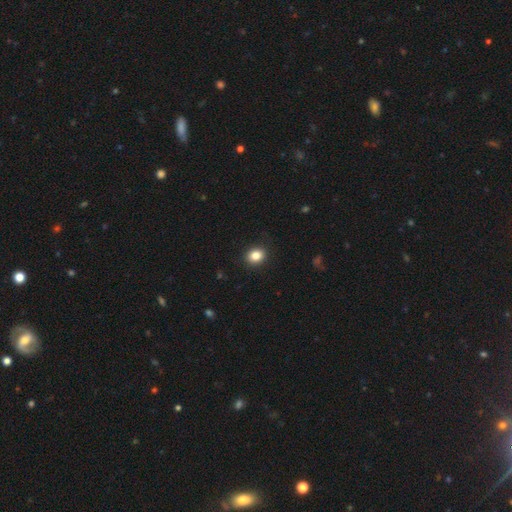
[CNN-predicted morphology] A smooth galaxy with no disk features (84%) that is round (55%). Merging: none (90%).